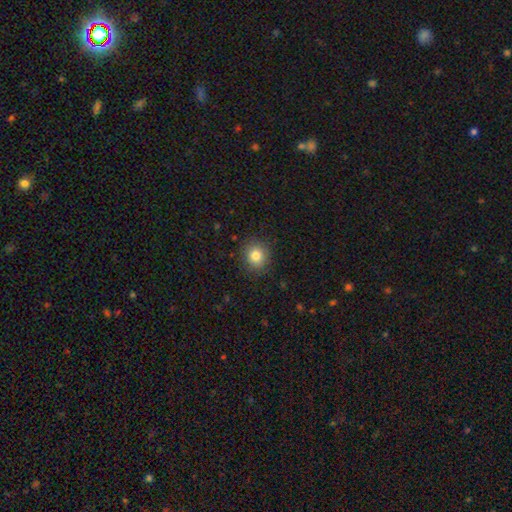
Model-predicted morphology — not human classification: type=smooth (82%); roundness=round (85%); merging=none (88%).